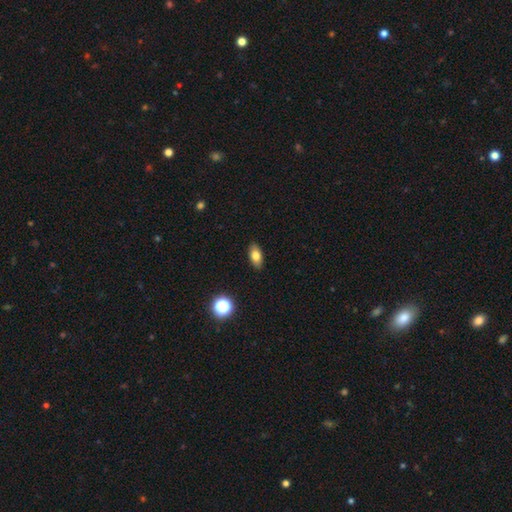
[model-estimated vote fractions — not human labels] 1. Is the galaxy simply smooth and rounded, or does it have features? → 78% smooth, 12% featured or disk, 10% star or artifact.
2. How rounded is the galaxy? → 87% in between, 7% round, 6% cigar-shaped.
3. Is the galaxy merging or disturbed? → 89% none, 8% minor disturbance, 2% major disturbance, 1% merger.